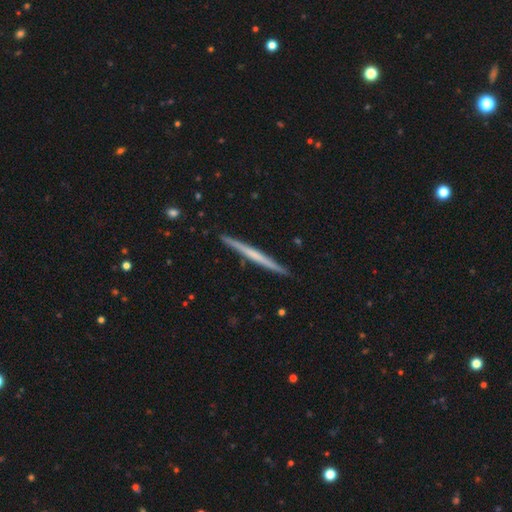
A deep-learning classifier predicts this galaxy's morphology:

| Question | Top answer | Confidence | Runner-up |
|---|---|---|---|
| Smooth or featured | featured or disk | 57% | smooth (39%) |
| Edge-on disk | yes | 98% | no (2%) |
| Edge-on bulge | none | 80% | rounded (14%) |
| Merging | none | 92% | minor disturbance (6%) |